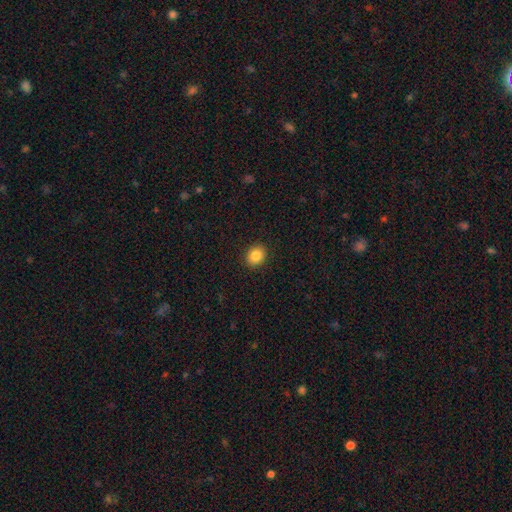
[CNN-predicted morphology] smooth_or_featured: smooth (p=0.85) [alt: star or artifact p=0.10]
how_rounded: round (p=0.63) [alt: in between p=0.36]
merging: none (p=0.91) [alt: minor disturbance p=0.06]